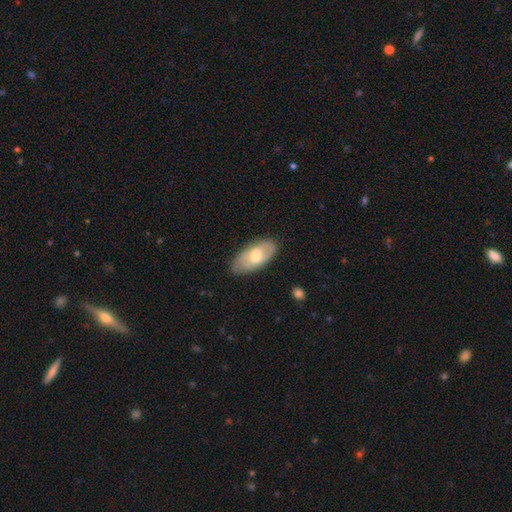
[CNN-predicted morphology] Overall: smooth (56%; featured or disk 38%). How rounded: in between (92%). Merging: none (79%).